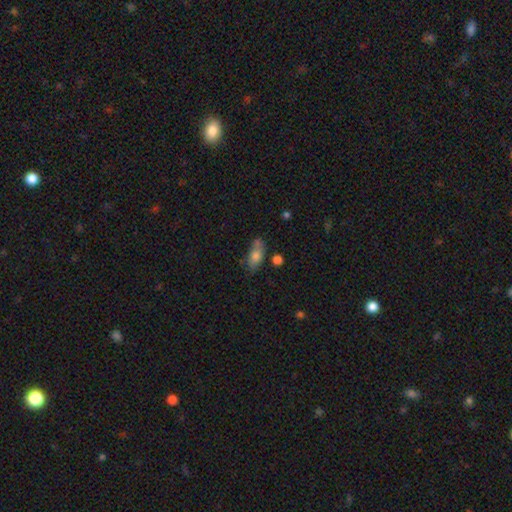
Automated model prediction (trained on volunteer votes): Smooth or featured? Predicted: smooth (p=0.73). How rounded? Predicted: in between (p=0.80). Merging? Predicted: none (p=0.57).